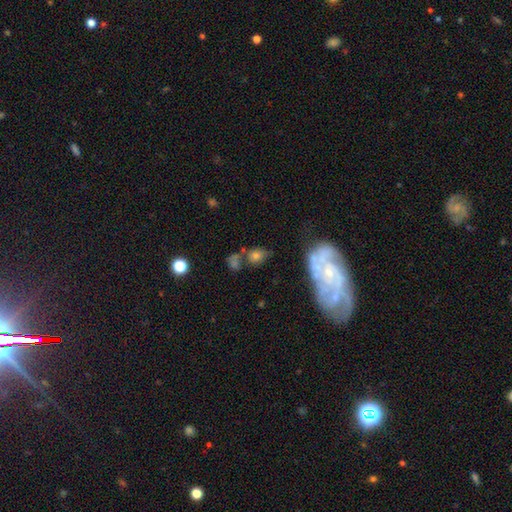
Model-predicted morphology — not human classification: Q: Smooth or featured?
A: smooth (56%); runner-up: featured or disk (29%)
Q: How rounded?
A: in between (54%); runner-up: round (43%)
Q: Merging?
A: none (54%); runner-up: minor disturbance (18%)